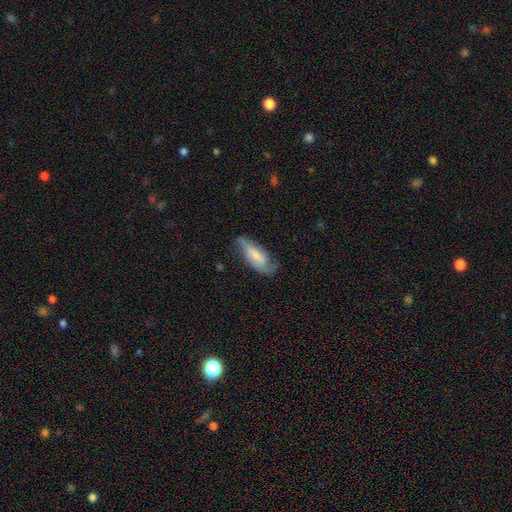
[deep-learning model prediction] Smooth or featured? featured or disk (54%)
Edge-on disk? no (84%)
Merging? none (60%)